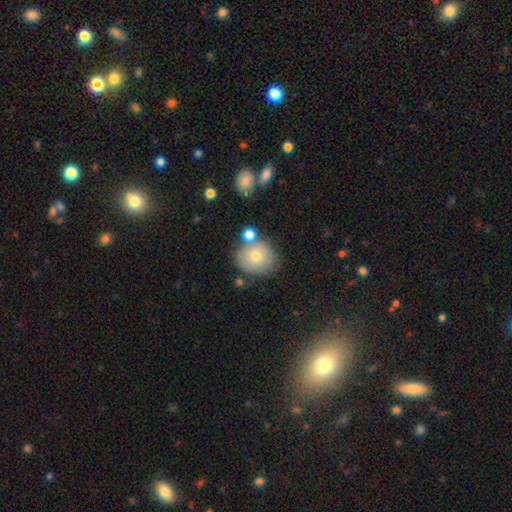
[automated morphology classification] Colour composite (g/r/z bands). It shows a smooth galaxy with no disk features (72%) that is round (81%). Merging: none (69%).